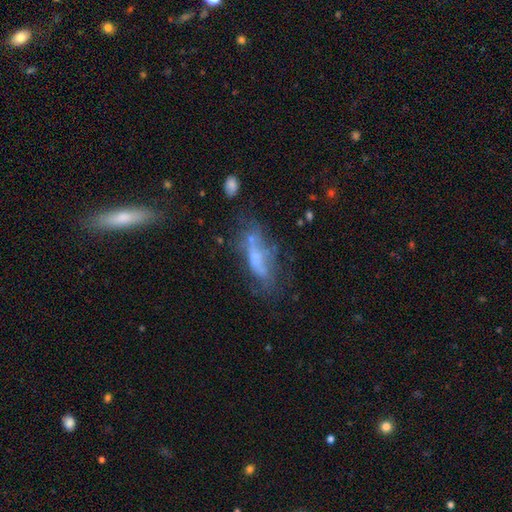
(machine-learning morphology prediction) A featured or disk galaxy (44%, tied with smooth).

Vote fractions:
- Smooth or featured? featured or disk: 44% (tied) / smooth: 44% (tied) / star or artifact: 12%
- Merging? none: 46% / minor disturbance: 25% / major disturbance: 19% / merger: 11%